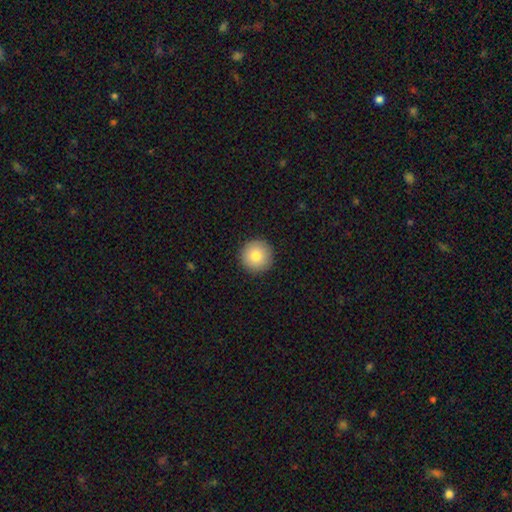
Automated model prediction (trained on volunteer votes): This appears to be a smooth galaxy with no disk features (81%) that is round (96%). Merging: none (93%).